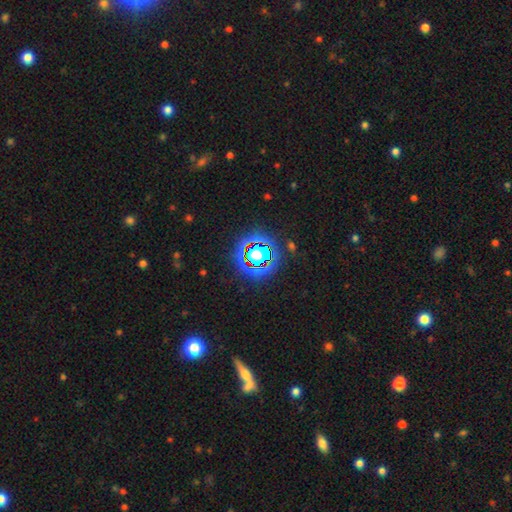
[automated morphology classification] Smooth or featured: star or artifact — 64% (smooth — 23%)